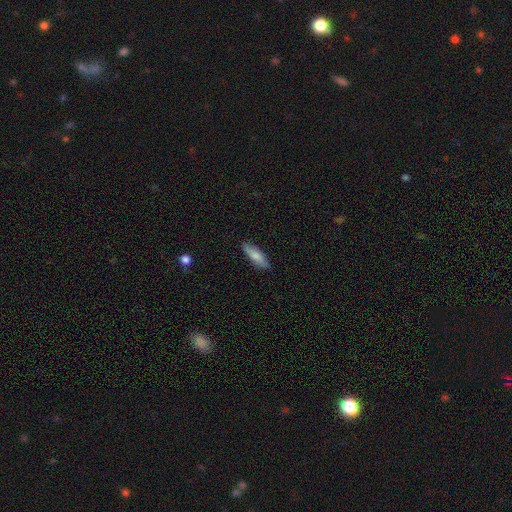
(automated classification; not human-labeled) Smooth or featured?
  - smooth: 77% *
  - featured or disk: 17%
  - star or artifact: 6%
How rounded?
  - in between: 49% * (tied)
  - cigar-shaped: 49% * (tied)
  - round: 2%
Merging?
  - none: 86% *
  - minor disturbance: 11%
  - major disturbance: 2%
  - merger: 1%